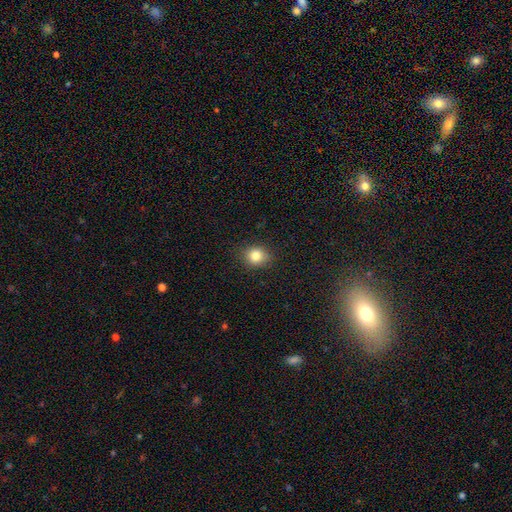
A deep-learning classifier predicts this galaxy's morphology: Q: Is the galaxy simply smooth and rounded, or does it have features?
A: smooth — 83%.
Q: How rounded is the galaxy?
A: round — 71%.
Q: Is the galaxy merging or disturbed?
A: none — 87%.